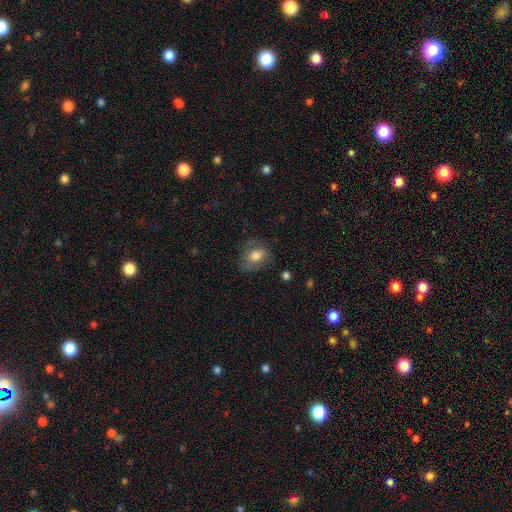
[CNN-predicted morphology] A smooth galaxy with no disk features (68%) that is in between round and cigar-shaped (60%). Merging: none (67%).